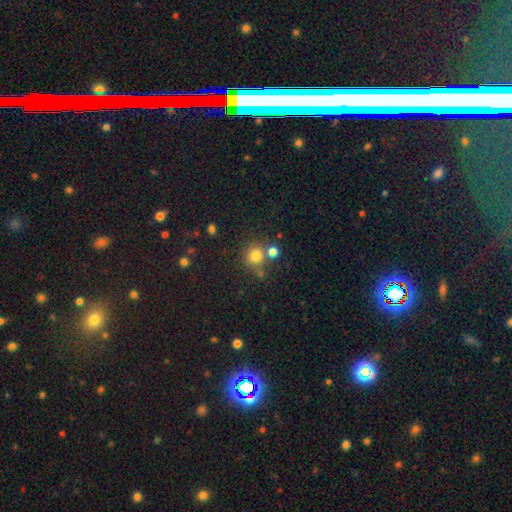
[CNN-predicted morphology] Smooth or featured?
  - smooth: 78% *
  - star or artifact: 15%
  - featured or disk: 8%
How rounded?
  - round: 89% *
  - in between: 10%
  - cigar-shaped: 1%
Merging?
  - none: 66% *
  - merger: 20%
  - minor disturbance: 10%
  - major disturbance: 4%